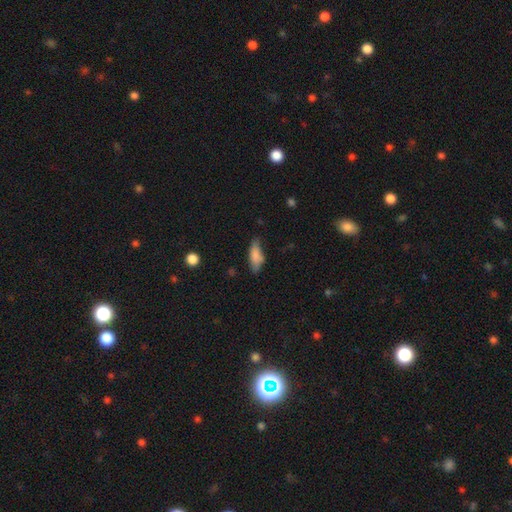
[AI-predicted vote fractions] Morphology: type=smooth (79%); roundness=in between (71%); merging=none (61%).